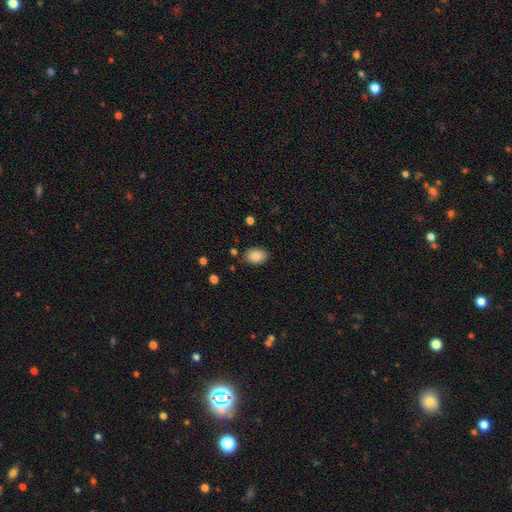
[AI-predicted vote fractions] A smooth galaxy with no disk features (85%) that is in between round and cigar-shaped (79%).

Vote fractions:
- Smooth or featured? smooth: 85% / star or artifact: 8% / featured or disk: 7%
- How rounded? in between: 79% / round: 20% / cigar-shaped: 1%
- Merging? none: 85% / minor disturbance: 11% / major disturbance: 2% / merger: 2%